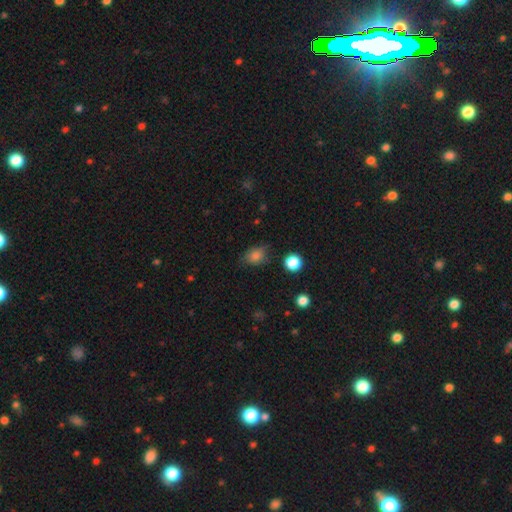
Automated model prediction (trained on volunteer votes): smooth_or_featured: smooth (p=0.82) [alt: star or artifact p=0.12]
how_rounded: in between (p=0.58) [alt: round p=0.41]
merging: none (p=0.71) [alt: minor disturbance p=0.21]